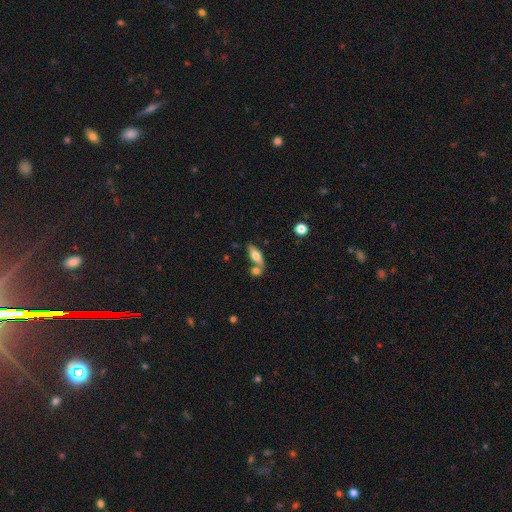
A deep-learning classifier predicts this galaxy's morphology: A smooth galaxy with no disk features (61%) that is in between round and cigar-shaped (67%). Merging: none (56%).